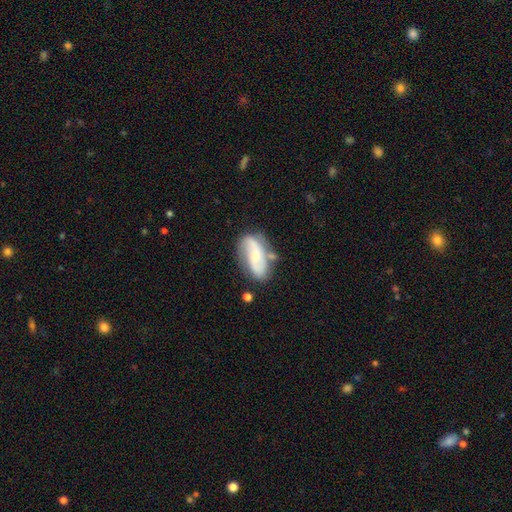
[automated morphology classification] A featured or disk galaxy (68%) with no bar (53%), 2 (85%) loose (51%) spiral arms (87%) and a small central bulge (53%). Merging: none (64%).